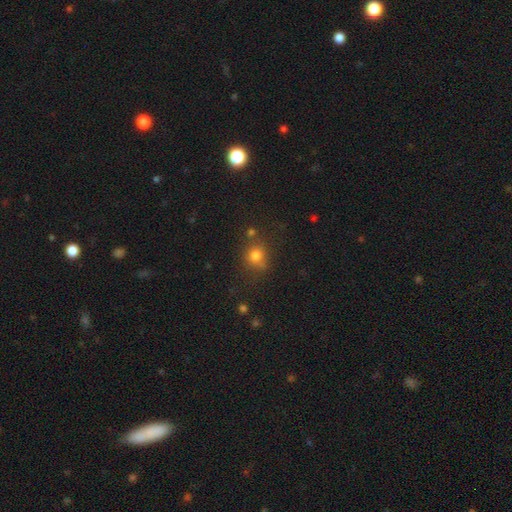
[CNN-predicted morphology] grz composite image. It shows a smooth galaxy with no disk features (75%) that is round (81%). Merging: none (69%).